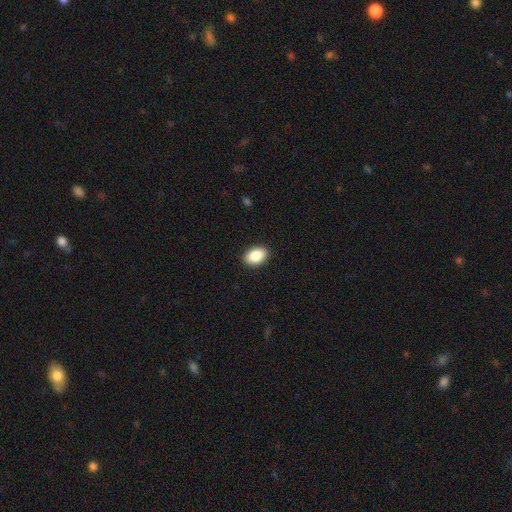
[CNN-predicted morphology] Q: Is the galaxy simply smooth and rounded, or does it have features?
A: smooth — 87%.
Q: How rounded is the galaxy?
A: in between — 86%.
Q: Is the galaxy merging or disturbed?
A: none — 90%.